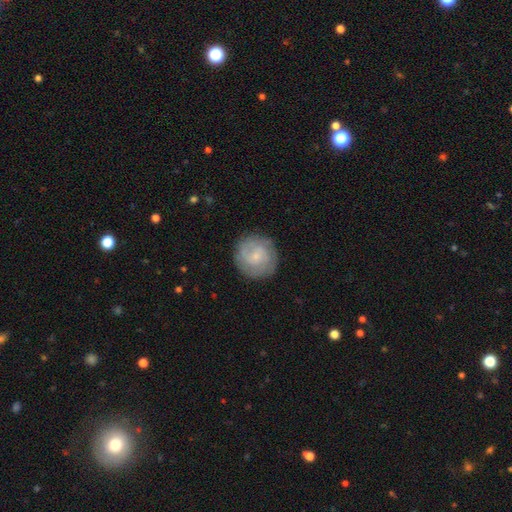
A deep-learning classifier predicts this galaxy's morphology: Overall: featured or disk (60%; smooth 34%). Edge-on disk: no (98%). Bar: no (63%; weak 32%). Spiral arms: yes (87%). Spiral arm count: 2 (43%; can't tell 30%). Spiral winding: tight (58%; medium 32%). Bulge size: small (69%). Merging: none (84%).